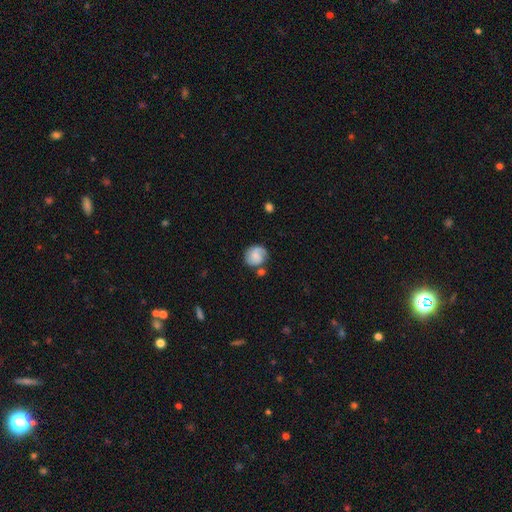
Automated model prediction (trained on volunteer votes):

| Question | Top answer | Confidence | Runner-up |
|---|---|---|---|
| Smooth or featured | smooth | 49% | featured or disk (43%) |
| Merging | none | 64% | minor disturbance (19%) |